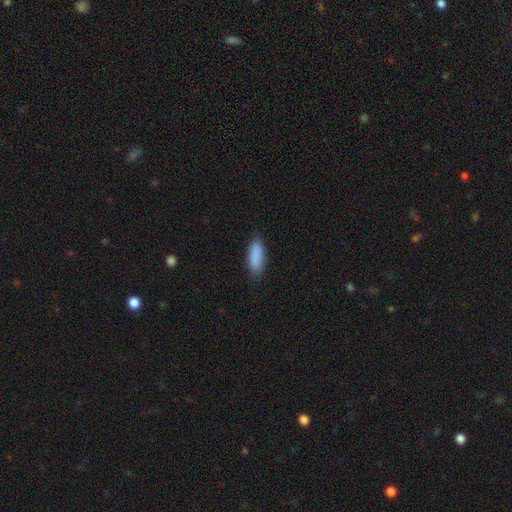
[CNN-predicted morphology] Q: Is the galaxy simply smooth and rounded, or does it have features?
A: smooth — 89%.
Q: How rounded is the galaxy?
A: in between — 66%.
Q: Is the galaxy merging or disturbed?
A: none — 84%.